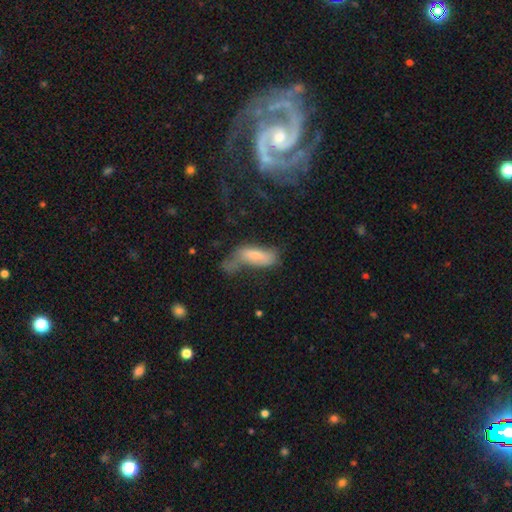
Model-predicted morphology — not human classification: Smooth or featured? smooth (63%)
How rounded? in between (64%)
Merging? major disturbance (39%)